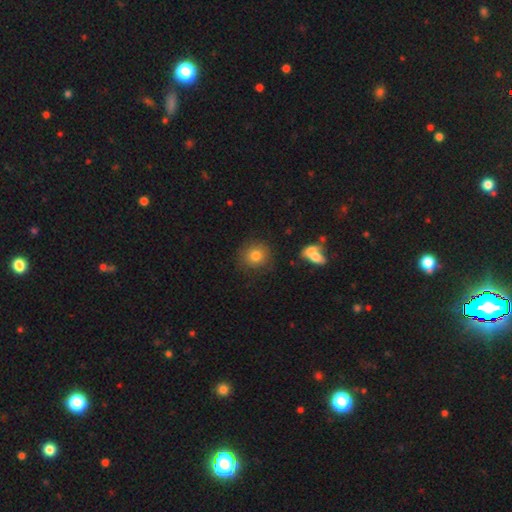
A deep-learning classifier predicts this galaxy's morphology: type=smooth (79%); roundness=round (90%); merging=none (83%).